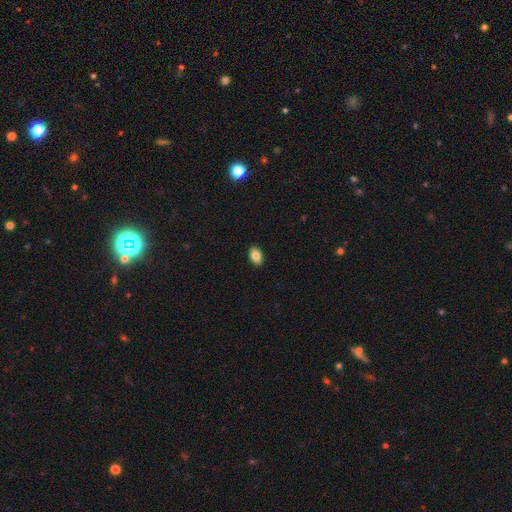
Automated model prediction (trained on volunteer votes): Overall: smooth (84%). How rounded: in between (89%). Merging: none (90%).